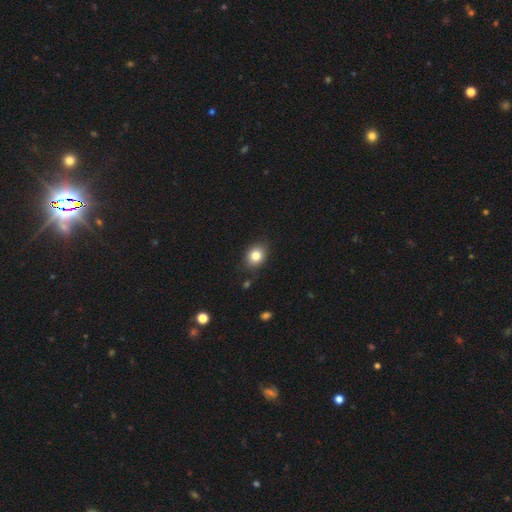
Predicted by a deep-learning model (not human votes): Smooth or featured? smooth (82%)
How rounded? round (52%)
Merging? none (85%)